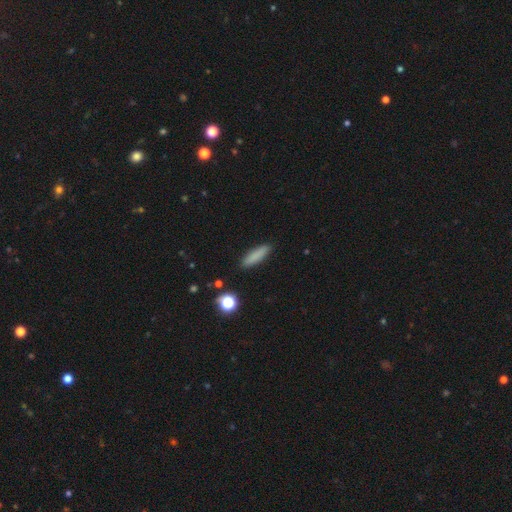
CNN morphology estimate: Smooth or featured? Predicted: smooth (p=0.83). How rounded? Predicted: cigar-shaped (p=0.73). Merging? Predicted: none (p=0.89).